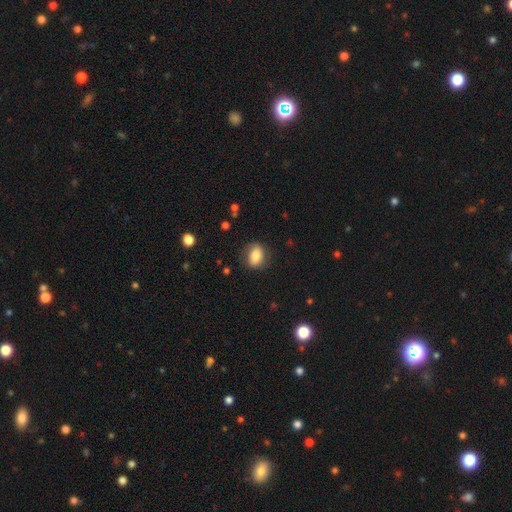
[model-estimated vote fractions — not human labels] A smooth galaxy with no disk features (76%) that is in between round and cigar-shaped (70%). Merging: none (79%).